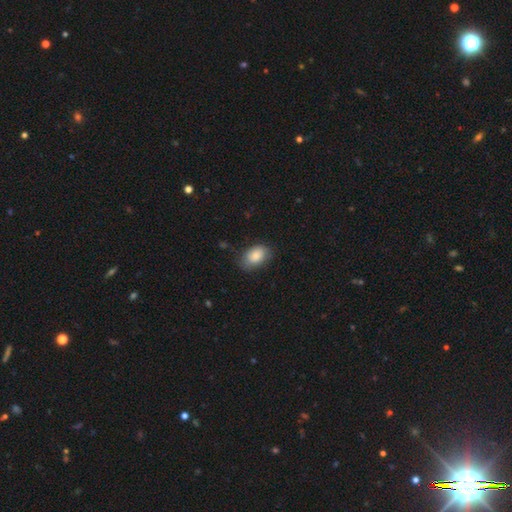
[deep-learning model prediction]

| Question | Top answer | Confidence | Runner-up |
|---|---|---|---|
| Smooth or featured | smooth | 84% | featured or disk (9%) |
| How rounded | in between | 86% | round (13%) |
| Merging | none | 71% | minor disturbance (23%) |